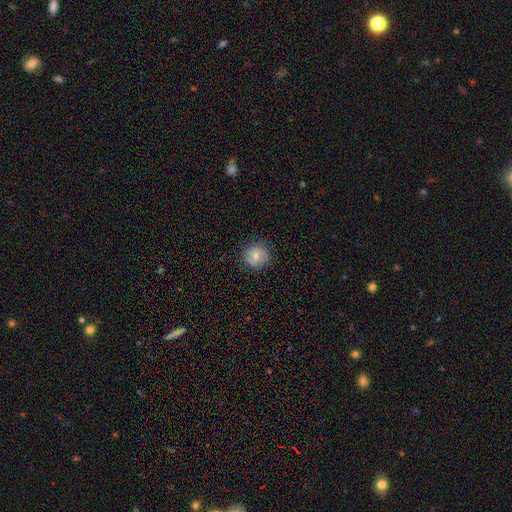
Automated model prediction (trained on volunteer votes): Morphology: type=smooth (81%); roundness=round (87%); merging=none (85%).